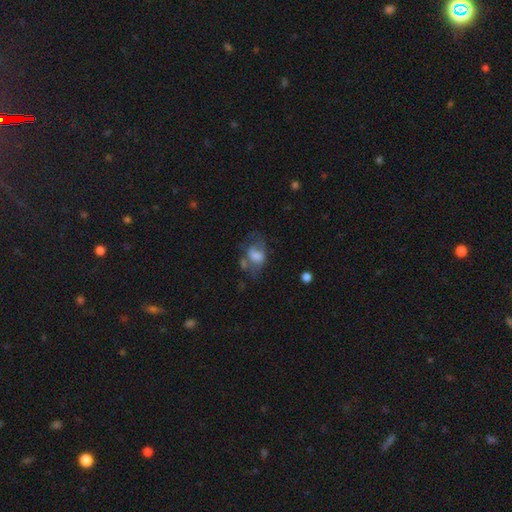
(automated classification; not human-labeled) Smooth or featured?
  - smooth: 51% *
  - featured or disk: 39%
  - star or artifact: 10%
How rounded?
  - in between: 79% *
  - round: 20%
  - cigar-shaped: 2%
Merging?
  - major disturbance: 33% * (tied)
  - none: 33% * (tied)
  - minor disturbance: 23%
  - merger: 11%